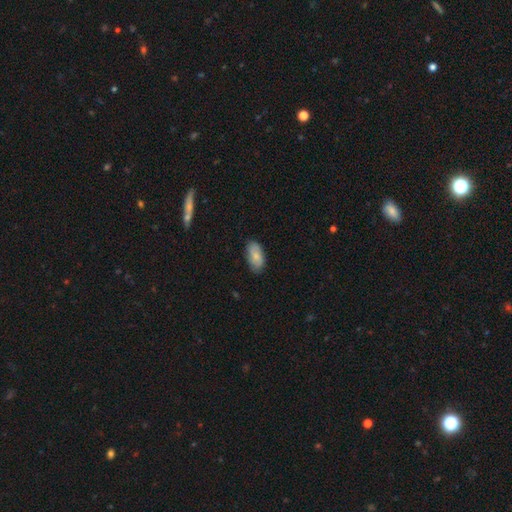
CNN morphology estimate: smooth-or-featured: smooth: 72% | featured or disk: 22% | star or artifact: 6%
  how-rounded: in between: 93% | cigar-shaped: 4% | round: 3%
  merging: none: 78% | minor disturbance: 18% | major disturbance: 3% | merger: 1%